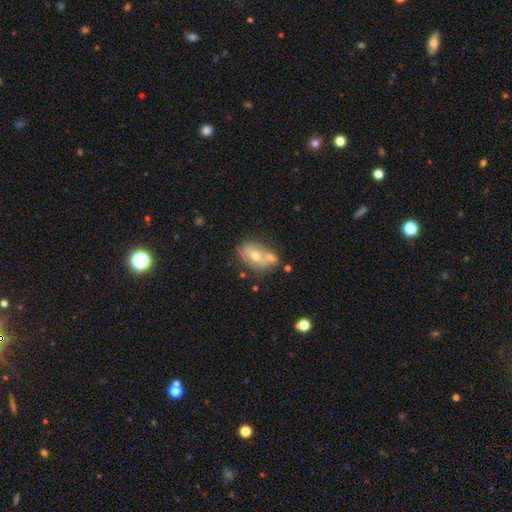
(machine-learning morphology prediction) Smooth or featured?
  - featured or disk: 47% *
  - smooth: 44%
  - star or artifact: 9%
Merging?
  - merger: 39% * (tied)
  - none: 39% * (tied)
  - minor disturbance: 16%
  - major disturbance: 6%